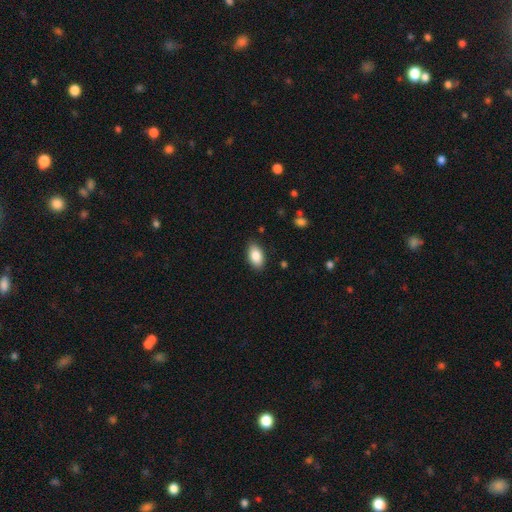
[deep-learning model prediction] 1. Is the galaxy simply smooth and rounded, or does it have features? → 86% smooth, 7% featured or disk, 7% star or artifact.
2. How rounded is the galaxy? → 93% in between, 4% round, 3% cigar-shaped.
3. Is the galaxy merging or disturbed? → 86% none, 10% minor disturbance, 2% major disturbance, 1% merger.